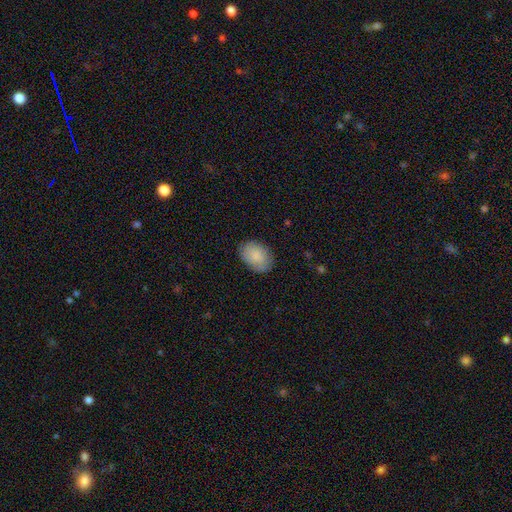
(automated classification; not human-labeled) A smooth galaxy with no disk features (87%) that is in between round and cigar-shaped (83%). Merging: none (83%).